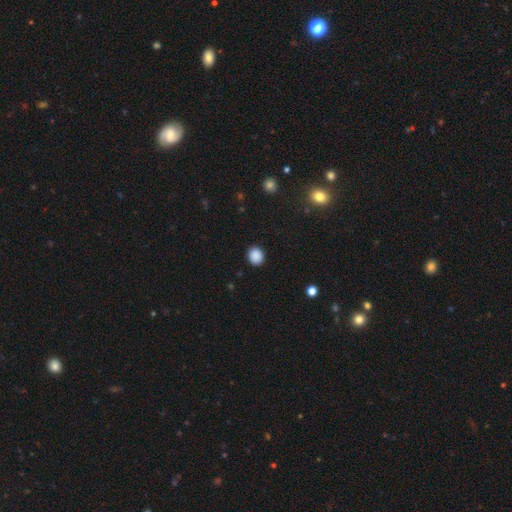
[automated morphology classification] This is clearly a smooth galaxy (88%). How rounded: likely round (74%). Merging: clearly none (90%).